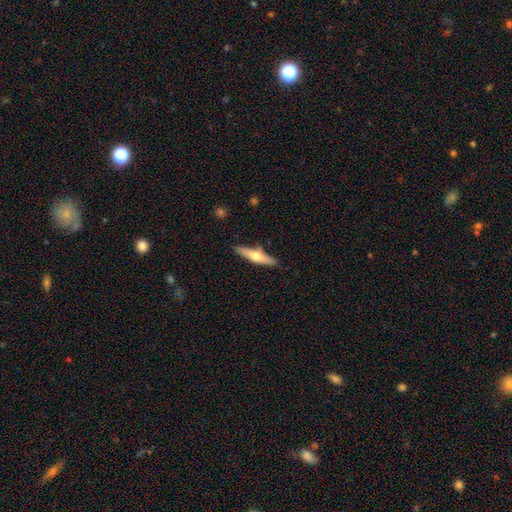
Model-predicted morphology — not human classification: This appears to be a featured or disk galaxy (49%). Merging: none (82%).